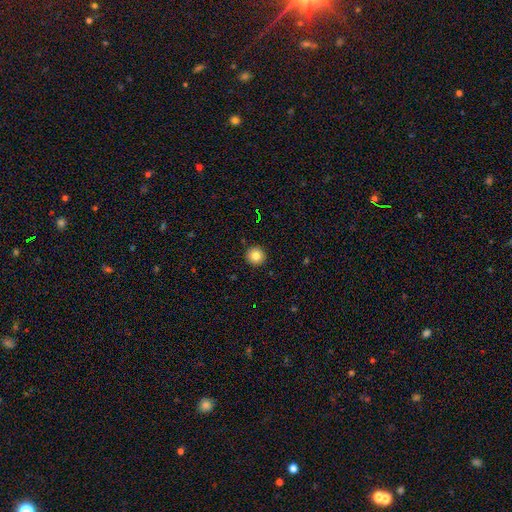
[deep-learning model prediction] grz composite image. It shows a smooth galaxy with no disk features (82%) that is round (95%). Merging: none (93%).